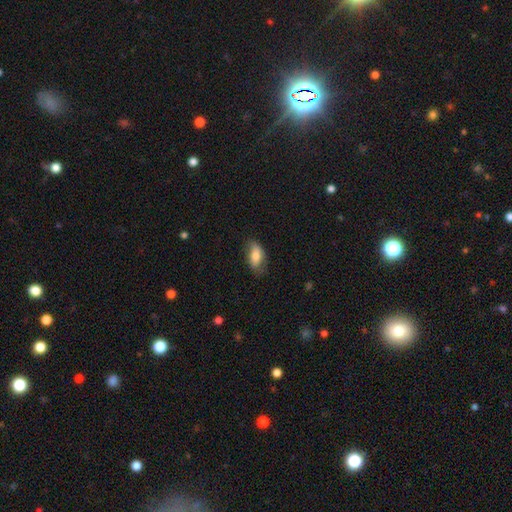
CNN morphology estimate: smooth_or_featured: smooth (p=0.71) [alt: featured or disk p=0.22]
how_rounded: in between (p=0.89) [alt: cigar-shaped p=0.07]
merging: none (p=0.69) [alt: minor disturbance p=0.24]